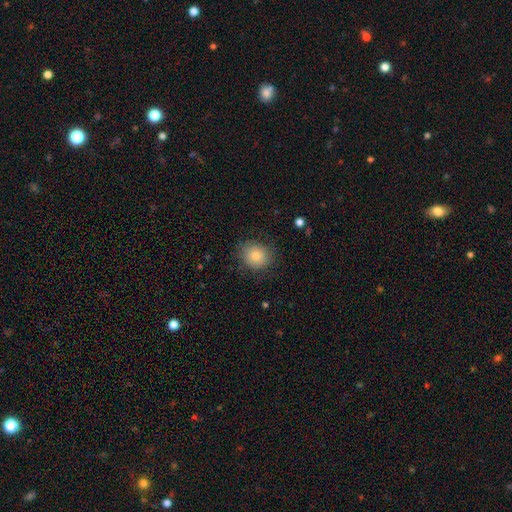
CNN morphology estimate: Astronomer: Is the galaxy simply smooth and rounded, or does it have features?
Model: smooth — 79%.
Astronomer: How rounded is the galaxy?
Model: round — 79%.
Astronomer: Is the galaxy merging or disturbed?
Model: none — 80%.